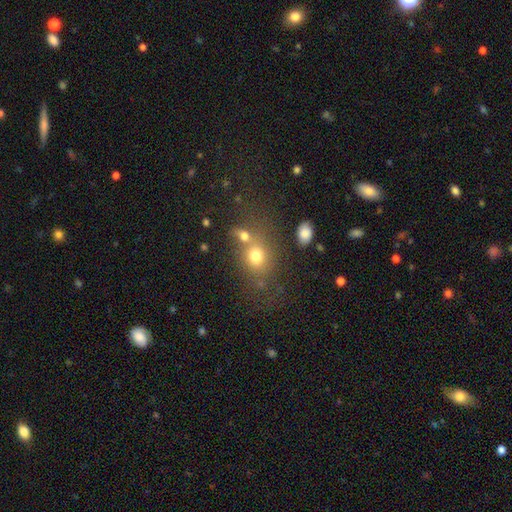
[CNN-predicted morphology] smooth-or-featured: smooth: 72% | star or artifact: 15% | featured or disk: 13%
  how-rounded: round: 60% | in between: 39% | cigar-shaped: 1%
  merging: none: 48% | merger: 33% | minor disturbance: 12% | major disturbance: 8%